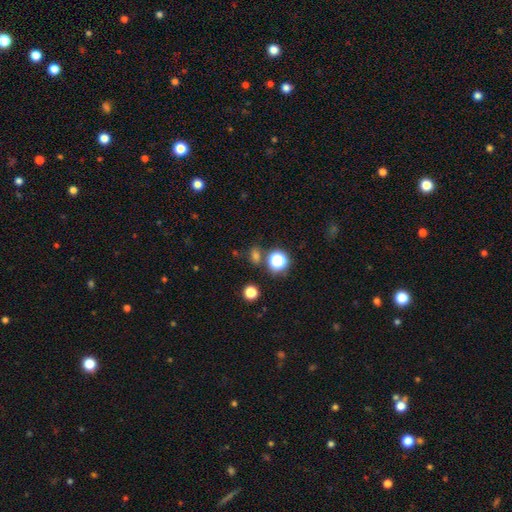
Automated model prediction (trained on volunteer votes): This is likely a smooth galaxy (61%). How rounded: possibly round (53%). Merging: likely none (75%).